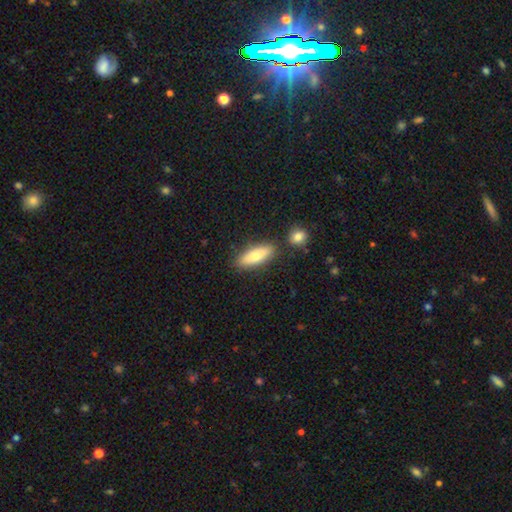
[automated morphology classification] The model was most divided on "how rounded": in between: 56%, cigar-shaped: 42%, round: 2%. More confident: merging — none (79%); smooth or featured — smooth (74%).